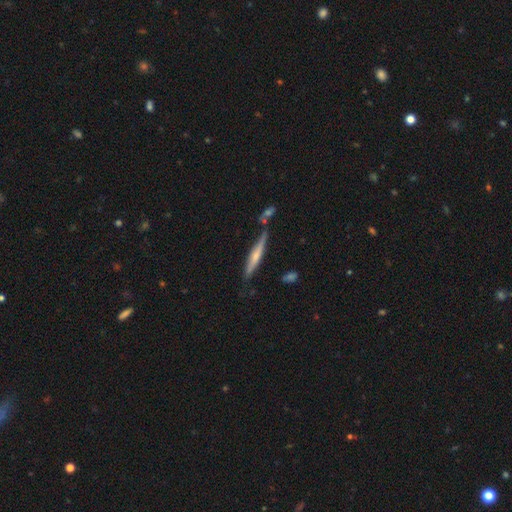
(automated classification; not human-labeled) A featured or disk galaxy (51%) viewed edge-on (94%). Merging: none (71%).